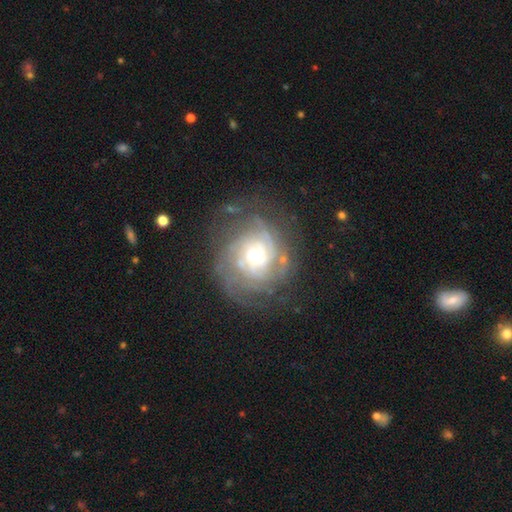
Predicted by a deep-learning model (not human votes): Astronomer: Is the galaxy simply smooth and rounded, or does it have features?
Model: featured or disk — 83%.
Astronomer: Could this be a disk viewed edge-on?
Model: no — 97%.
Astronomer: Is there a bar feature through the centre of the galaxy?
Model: no — 73%.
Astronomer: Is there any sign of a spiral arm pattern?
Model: yes — 94%.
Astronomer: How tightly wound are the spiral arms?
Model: tight — 72%.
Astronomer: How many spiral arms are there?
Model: can't tell — 39% (runner-up: 3, 17%).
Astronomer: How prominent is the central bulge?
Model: moderate — 54% (runner-up: small, 37%).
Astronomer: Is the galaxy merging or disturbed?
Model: none — 73%.